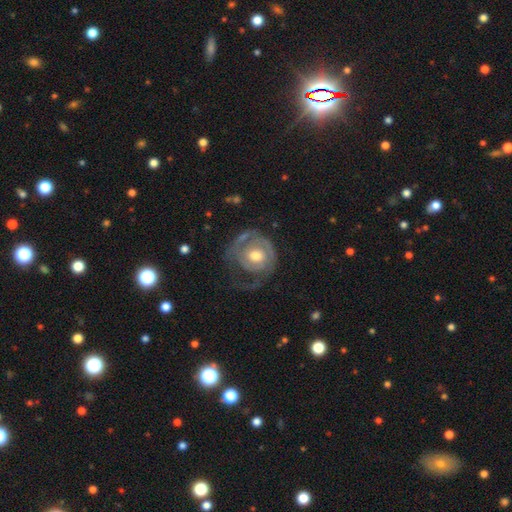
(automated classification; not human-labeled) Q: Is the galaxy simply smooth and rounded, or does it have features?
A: featured or disk — 76%.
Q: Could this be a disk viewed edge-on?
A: no — 97%.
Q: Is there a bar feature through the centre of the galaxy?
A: no — 71%.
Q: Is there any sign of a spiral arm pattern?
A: yes — 83%.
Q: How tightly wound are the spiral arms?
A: tight — 60%.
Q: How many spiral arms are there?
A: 1 — 39%.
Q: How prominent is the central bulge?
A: moderate — 69%.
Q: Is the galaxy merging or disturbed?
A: none — 47%.